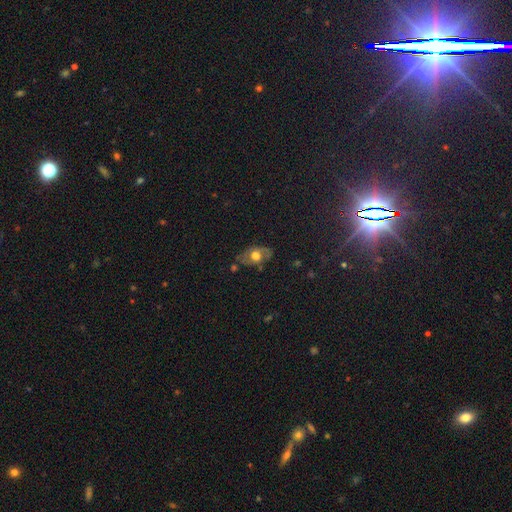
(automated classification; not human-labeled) This is possibly a smooth galaxy (47%). Merging: likely none (69%).